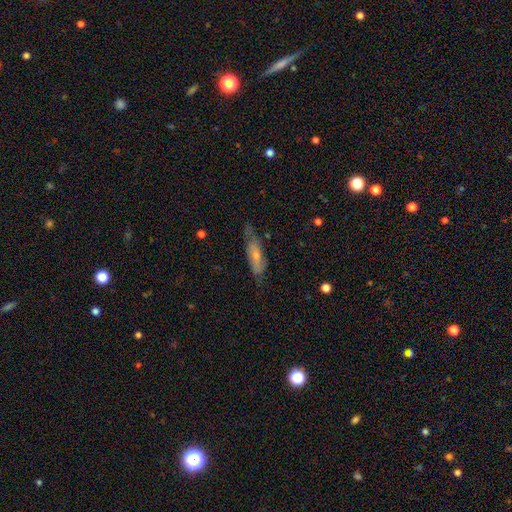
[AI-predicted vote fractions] Smooth or featured?
  - smooth: 52% *
  - featured or disk: 42%
  - star or artifact: 7%
How rounded?
  - cigar-shaped: 56% *
  - in between: 42%
  - round: 2%
Merging?
  - none: 60% *
  - minor disturbance: 28%
  - major disturbance: 10%
  - merger: 2%